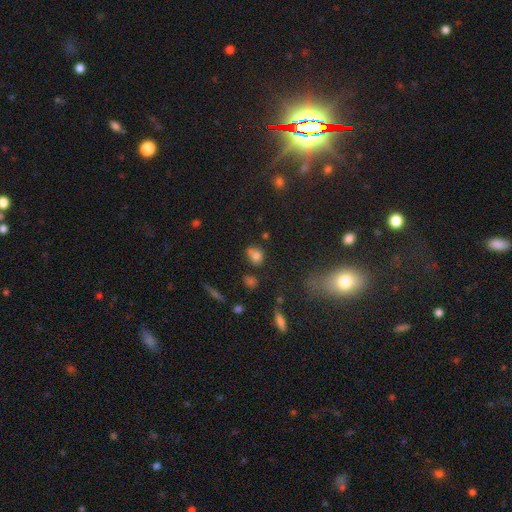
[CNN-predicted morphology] type=smooth (74%); roundness=round (67%); merging=none (54%).